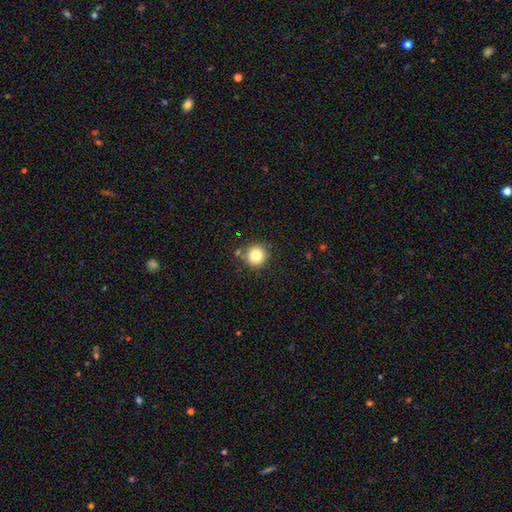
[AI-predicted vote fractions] A smooth galaxy with no disk features (81%) that is round (94%).

Vote fractions:
- Smooth or featured? smooth: 81% / star or artifact: 11% / featured or disk: 8%
- How rounded? round: 94% / in between: 5% / cigar-shaped: 1%
- Merging? none: 82% / minor disturbance: 9% / merger: 6% / major disturbance: 3%